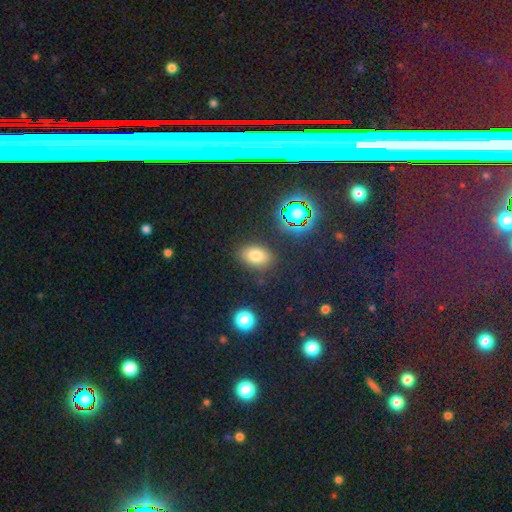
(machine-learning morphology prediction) Overall: smooth (75%). How rounded: in between (83%). Merging: none (84%).